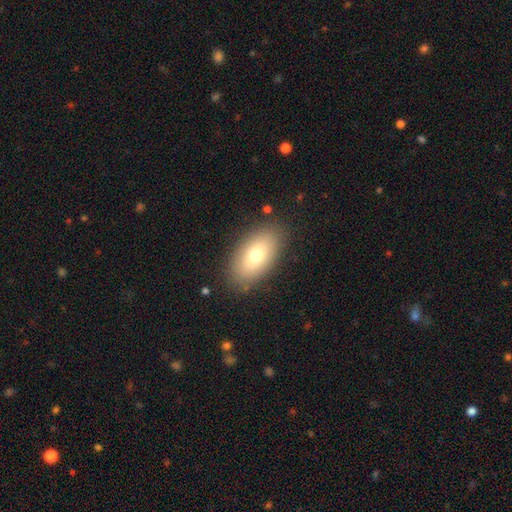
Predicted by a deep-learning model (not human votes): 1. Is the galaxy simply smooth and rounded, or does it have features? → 69% smooth, 22% featured or disk, 9% star or artifact.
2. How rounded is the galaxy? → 91% in between, 6% round, 3% cigar-shaped.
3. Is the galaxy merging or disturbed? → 85% none, 10% minor disturbance, 3% major disturbance, 1% merger.